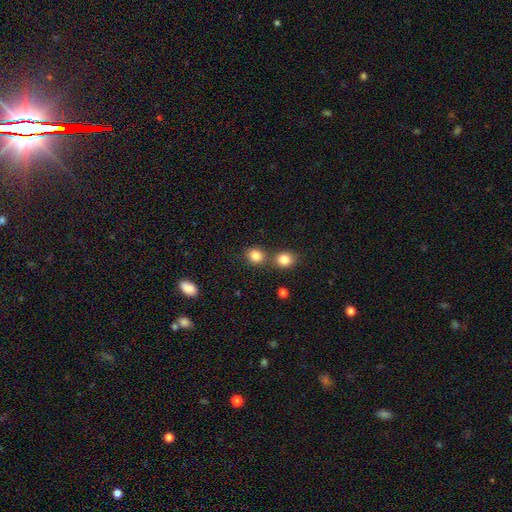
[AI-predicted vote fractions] This appears to be a smooth galaxy with no disk features (83%) that is round (72%). Merging: none (61%).